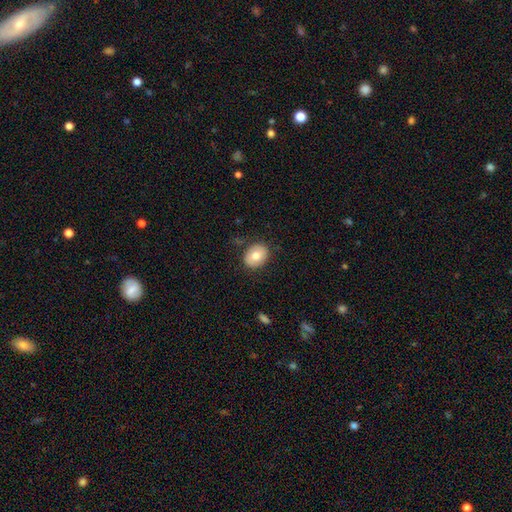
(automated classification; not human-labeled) smooth 76%, featured or disk 17%, star or artifact 8%. Down the decision tree: how rounded — in between (54%); merging — none (83%).